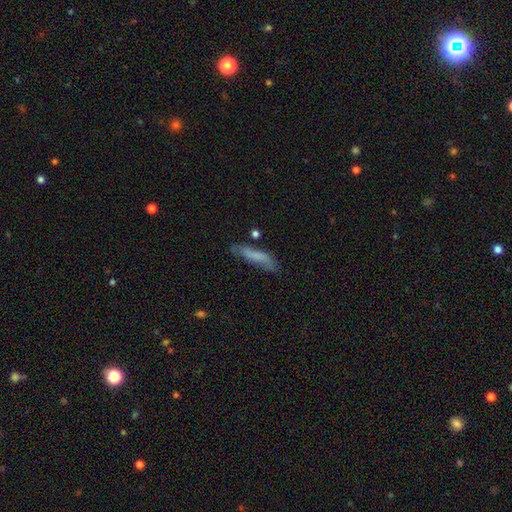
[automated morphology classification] Smooth or featured: smooth — 67% (featured or disk — 25%)
How rounded: cigar-shaped — 77% (in between — 21%)
Merging: none — 60% (minor disturbance — 26%)